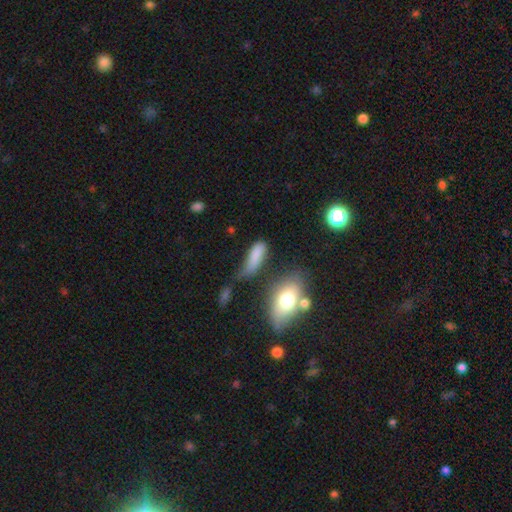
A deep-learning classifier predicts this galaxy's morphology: Overall: smooth (76%). How rounded: in between (63%; cigar-shaped 32%). Merging: none (32%; minor disturbance 30%).